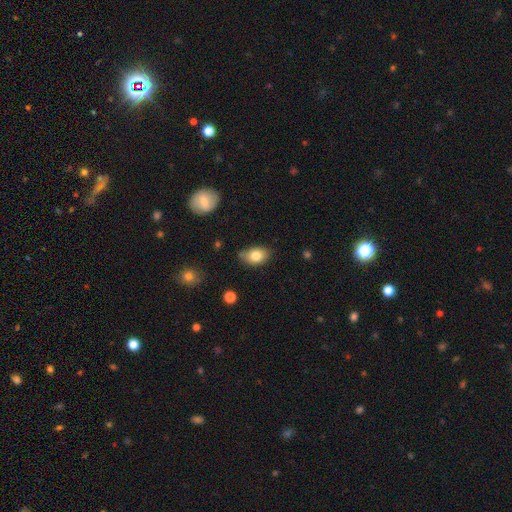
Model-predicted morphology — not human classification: This appears to be a smooth galaxy with no disk features (80%) that is in between round and cigar-shaped (82%). Merging: none (70%).